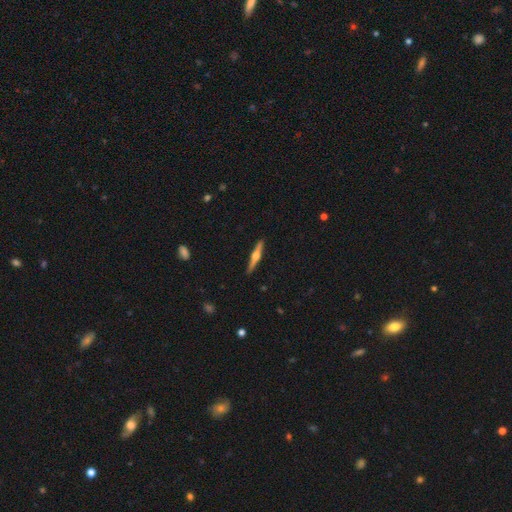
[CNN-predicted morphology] Smooth or featured? Predicted: featured or disk (p=0.72). Edge-on disk? Predicted: yes (p=0.98). Edge-on bulge? Predicted: rounded (p=0.93). Merging? Predicted: none (p=0.91).